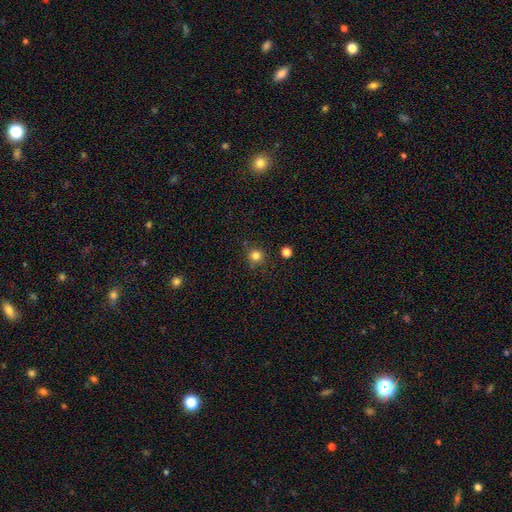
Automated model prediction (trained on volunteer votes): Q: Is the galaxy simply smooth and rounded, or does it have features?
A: smooth — 81%.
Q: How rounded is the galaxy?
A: round — 93%.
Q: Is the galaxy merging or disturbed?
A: none — 84%.